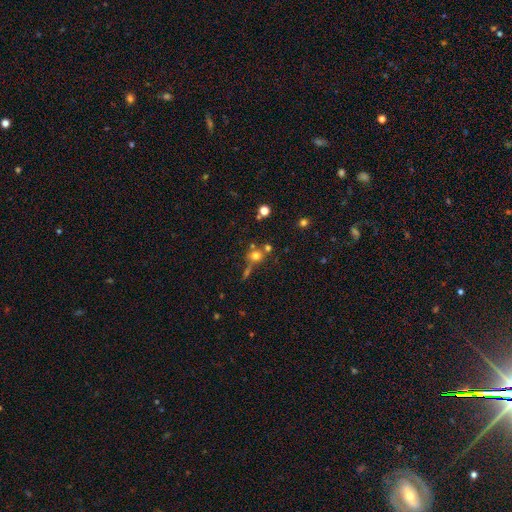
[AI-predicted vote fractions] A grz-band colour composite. It shows a smooth galaxy with no disk features (66%) that is round (85%). Merging: none (53%).